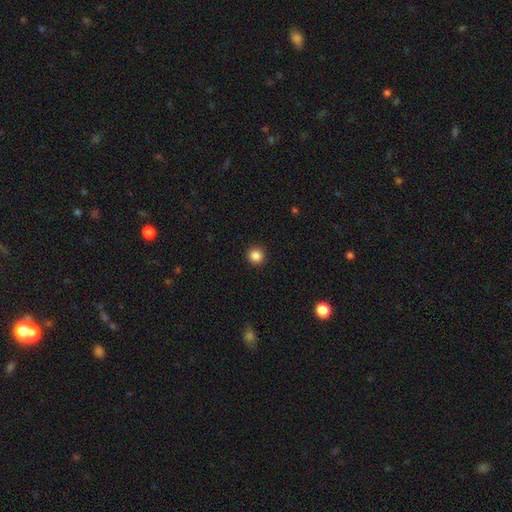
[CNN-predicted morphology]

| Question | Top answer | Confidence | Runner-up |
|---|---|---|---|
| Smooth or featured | smooth | 86% | star or artifact (11%) |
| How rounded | round | 95% | in between (4%) |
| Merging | none | 93% | minor disturbance (4%) |